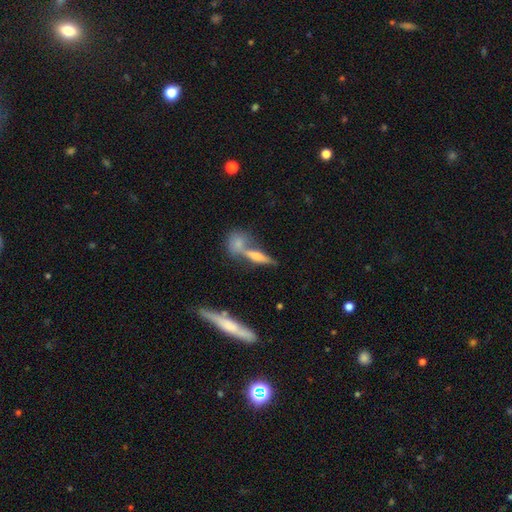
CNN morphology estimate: featured or disk 43%, smooth 40%, star or artifact 17%. Down the decision tree: merging — none (50%).